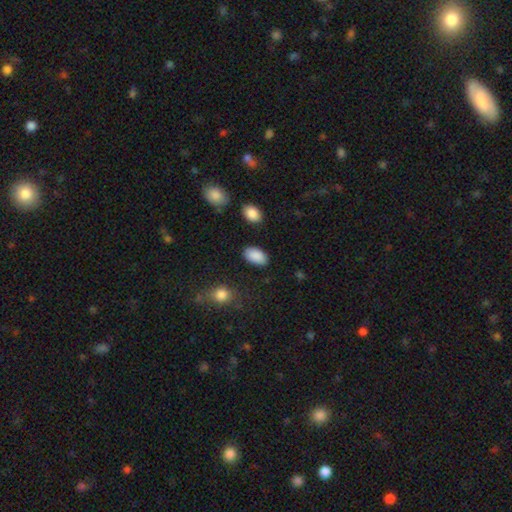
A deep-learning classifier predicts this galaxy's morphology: Smooth or featured?
  - smooth: 89% *
  - star or artifact: 7%
  - featured or disk: 4%
How rounded?
  - in between: 94% *
  - round: 5%
  - cigar-shaped: 1%
Merging?
  - none: 85% *
  - minor disturbance: 10%
  - major disturbance: 3%
  - merger: 2%